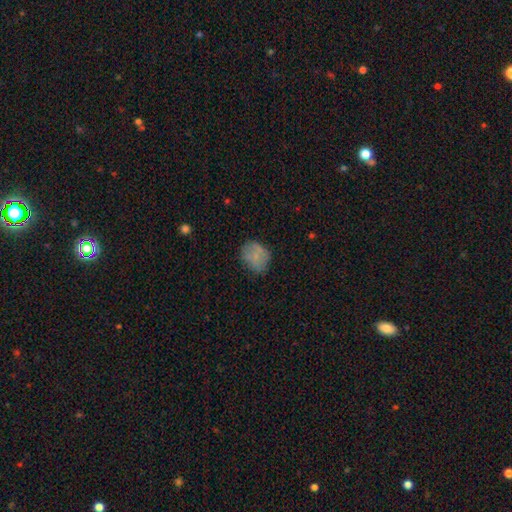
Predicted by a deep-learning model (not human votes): The model was most divided on "how rounded": round: 56%, in between: 43%, cigar-shaped: 1%. More confident: smooth or featured — smooth (71%); merging — none (64%).